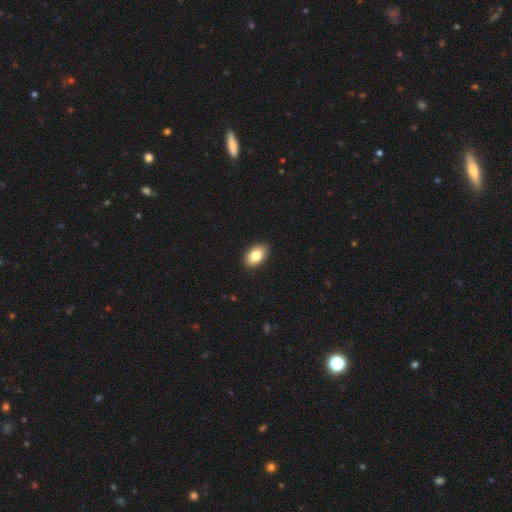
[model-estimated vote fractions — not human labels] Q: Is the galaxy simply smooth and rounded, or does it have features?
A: smooth — 83%.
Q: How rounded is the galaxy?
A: in between — 89%.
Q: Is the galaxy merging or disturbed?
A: none — 90%.